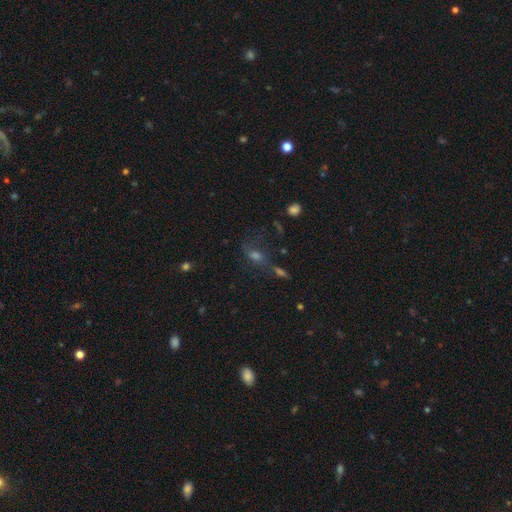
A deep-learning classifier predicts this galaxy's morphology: Smooth or featured? smooth (38%)
Merging? none (42%)